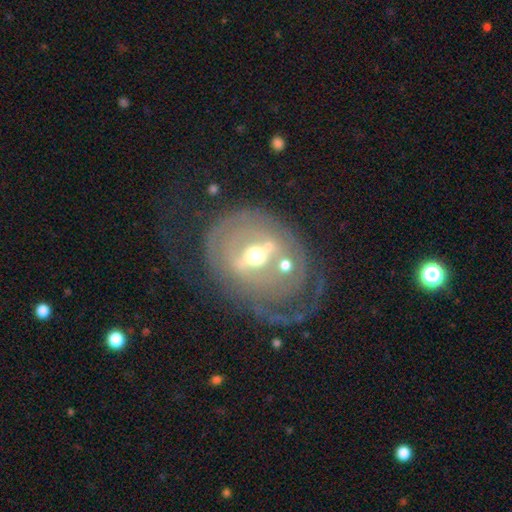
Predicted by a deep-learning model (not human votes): Smooth or featured? featured or disk (77%)
Edge-on disk? no (94%)
Bar? weak (39%)
Spiral arms? yes (59%)
Bulge size? moderate (69%)
Merging? none (43%)